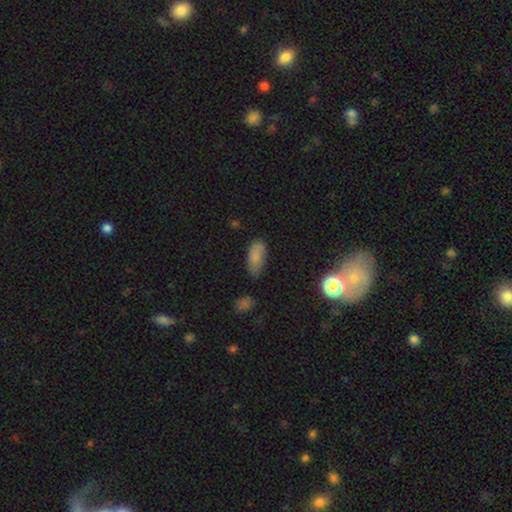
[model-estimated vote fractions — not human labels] This is likely a smooth galaxy (78%). How rounded: clearly in between (89%). Merging: possibly none (60%).